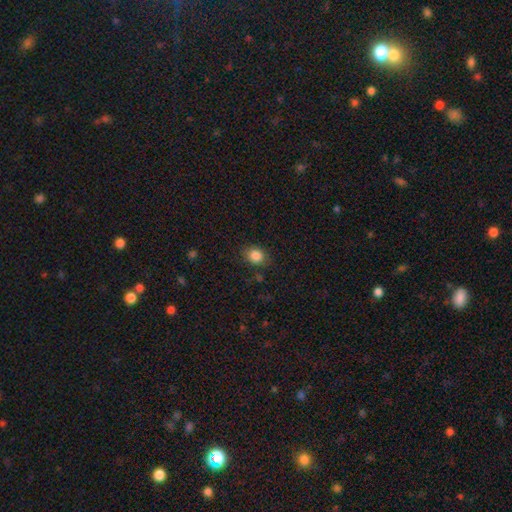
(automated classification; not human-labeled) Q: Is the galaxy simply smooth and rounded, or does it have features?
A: smooth — 85%.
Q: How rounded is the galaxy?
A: round — 55%.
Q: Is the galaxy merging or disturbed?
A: none — 82%.